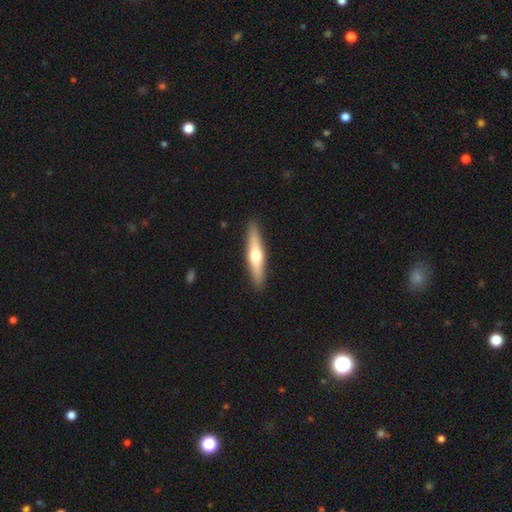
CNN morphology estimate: type=smooth (48%); merging=none (91%).